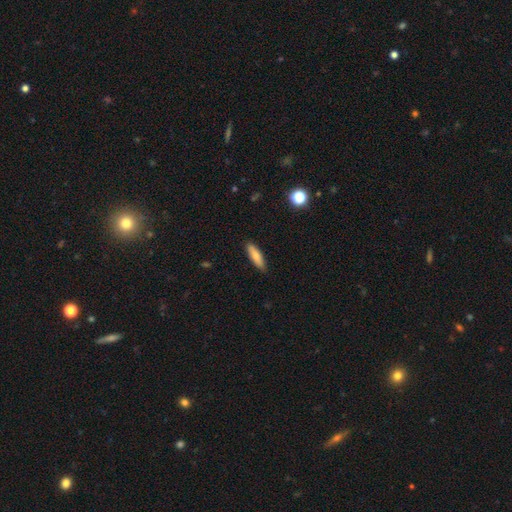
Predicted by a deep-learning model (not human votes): This is likely a smooth galaxy (78%). How rounded: likely cigar-shaped (65%). Merging: clearly none (87%).